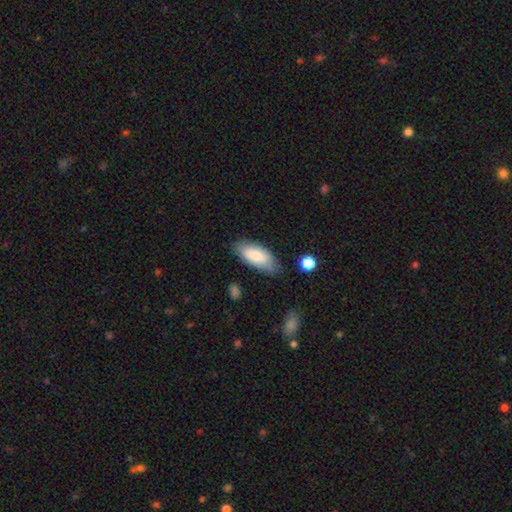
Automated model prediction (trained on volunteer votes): Smooth or featured: smooth — 80% (featured or disk — 14%)
How rounded: in between — 85% (cigar-shaped — 13%)
Merging: none — 76% (minor disturbance — 18%)